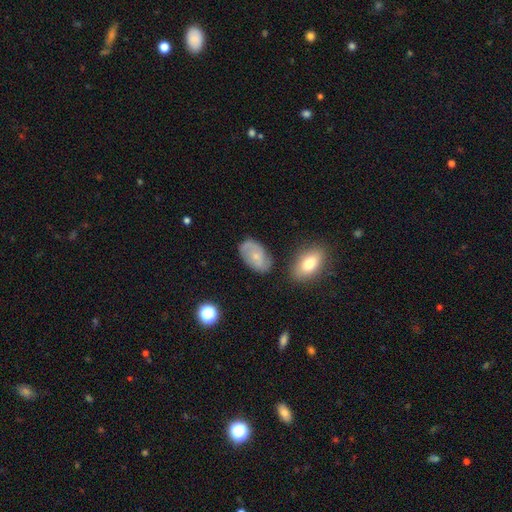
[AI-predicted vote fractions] Q: Smooth or featured?
A: featured or disk (46%); runner-up: smooth (45%)
Q: Merging?
A: none (73%); runner-up: minor disturbance (18%)